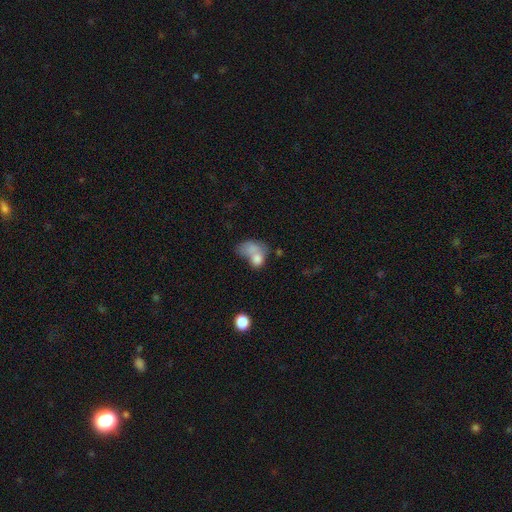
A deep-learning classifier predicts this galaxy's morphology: Smooth or featured?
  - smooth: 72% *
  - featured or disk: 18%
  - star or artifact: 11%
How rounded?
  - in between: 70% *
  - round: 28%
  - cigar-shaped: 2%
Merging?
  - merger: 52% *
  - major disturbance: 20%
  - none: 17%
  - minor disturbance: 11%